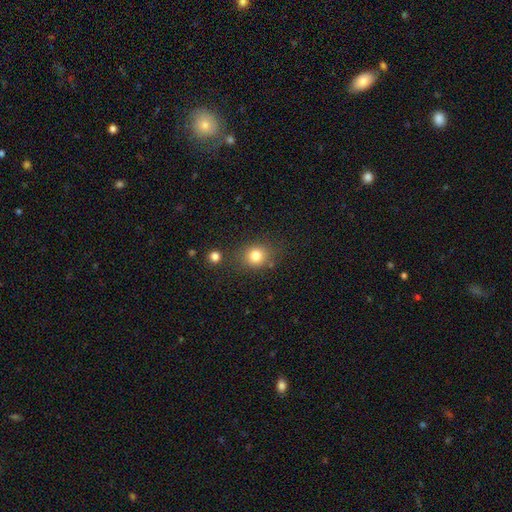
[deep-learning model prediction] smooth 81%, star or artifact 12%, featured or disk 7%. Down the decision tree: how rounded — round (75%); merging — none (76%).